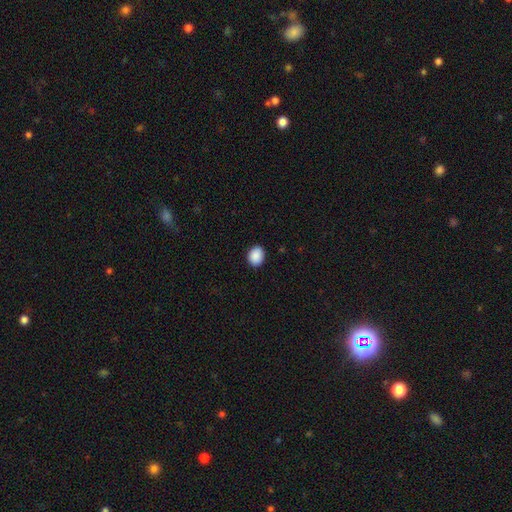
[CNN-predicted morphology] smooth_or_featured: smooth (p=0.90) [alt: star or artifact p=0.07]
how_rounded: in between (p=0.55) [alt: round p=0.44]
merging: none (p=0.90) [alt: minor disturbance p=0.07]